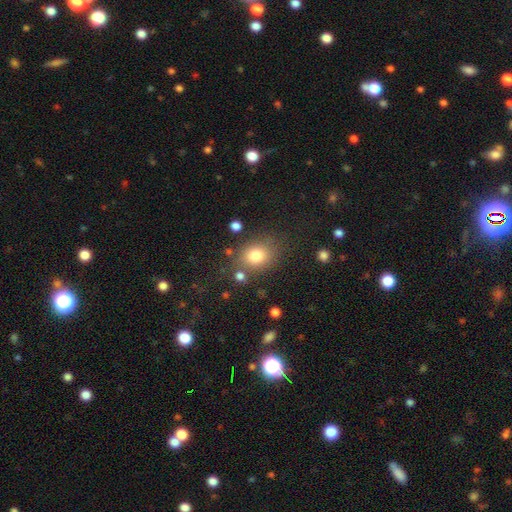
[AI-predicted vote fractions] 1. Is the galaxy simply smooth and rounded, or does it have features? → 80% smooth, 11% star or artifact, 8% featured or disk.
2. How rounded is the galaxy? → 53% in between, 46% round, 1% cigar-shaped.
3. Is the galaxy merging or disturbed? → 72% none, 15% minor disturbance, 7% merger, 6% major disturbance.